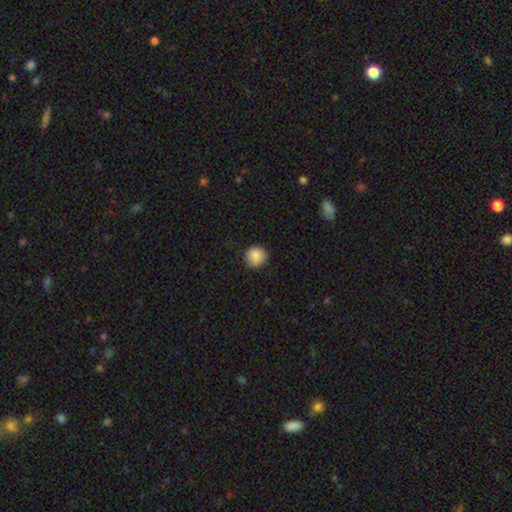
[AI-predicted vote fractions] Morphology: type=smooth (86%); roundness=round (91%); merging=none (83%).